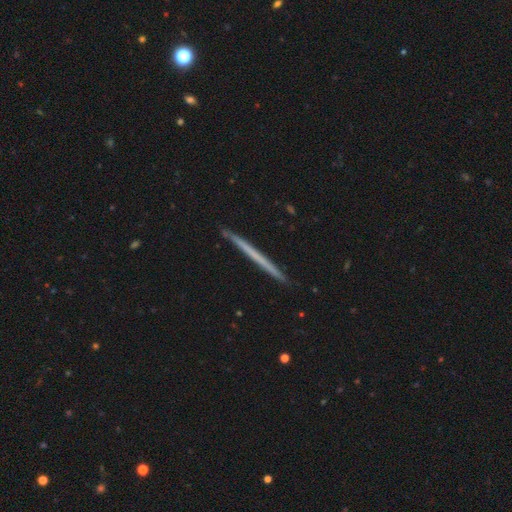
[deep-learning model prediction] A featured or disk galaxy (54%) viewed edge-on (98%) with no central bulge (94%).

Vote fractions:
- Smooth or featured? featured or disk: 54% / smooth: 41% / star or artifact: 5%
- Edge-on disk? yes: 98% / no: 2%
- Edge-on bulge? none: 94% / rounded: 4% / boxy: 2%
- Merging? none: 92% / minor disturbance: 6% / major disturbance: 1% / merger: 1%